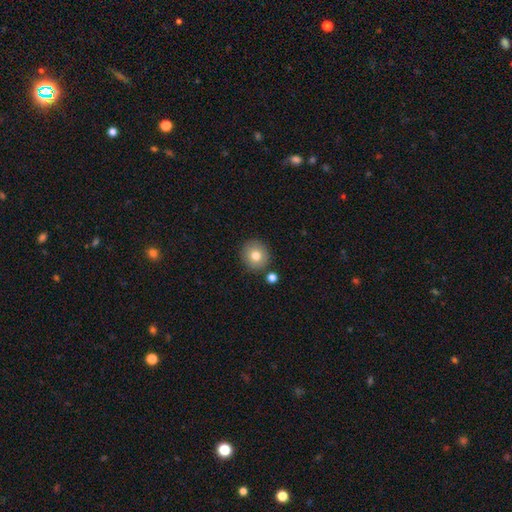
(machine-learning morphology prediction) Overall: smooth (78%). How rounded: round (86%). Merging: none (84%).